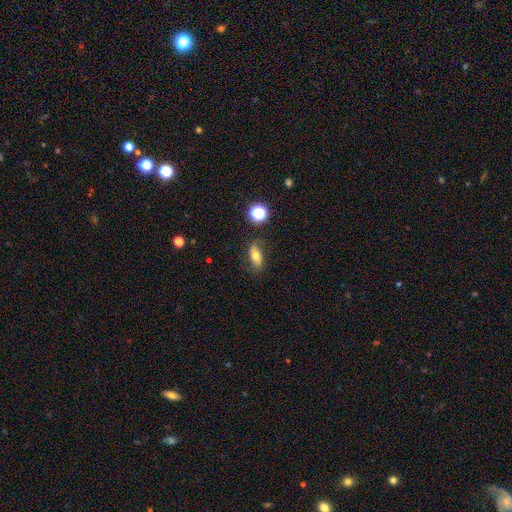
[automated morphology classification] The model was most divided on "smooth or featured": smooth: 55%, featured or disk: 32%, star or artifact: 12%. More confident: merging — none (74%); how rounded — in between (70%).